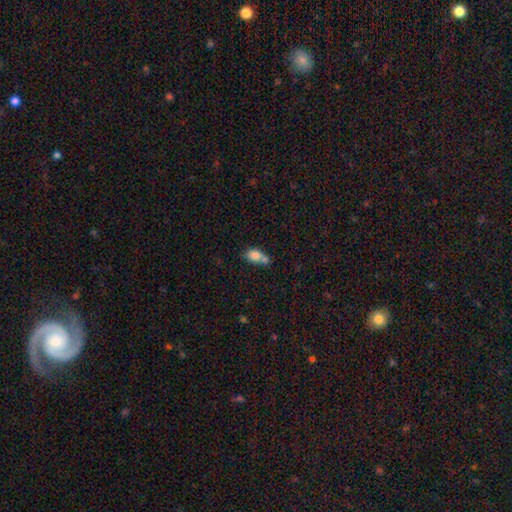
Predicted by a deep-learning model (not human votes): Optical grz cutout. It shows a smooth galaxy with no disk features (79%) that is in between round and cigar-shaped (78%). Merging: merger (48%).